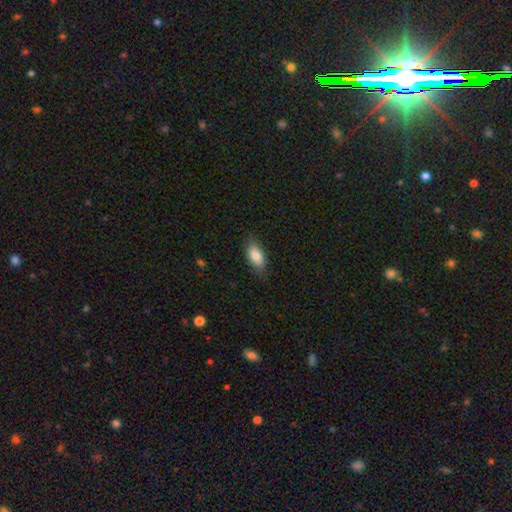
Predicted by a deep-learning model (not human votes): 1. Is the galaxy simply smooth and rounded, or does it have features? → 82% smooth, 11% featured or disk, 7% star or artifact.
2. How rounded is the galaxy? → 89% in between, 8% cigar-shaped, 3% round.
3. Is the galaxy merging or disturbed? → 82% none, 14% minor disturbance, 3% major disturbance, 1% merger.